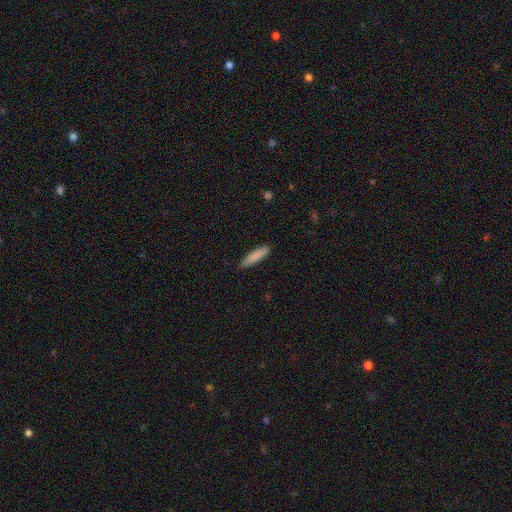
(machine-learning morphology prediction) smooth-or-featured: smooth: 86% | featured or disk: 8% | star or artifact: 6%
  how-rounded: cigar-shaped: 72% | in between: 26% | round: 1%
  merging: none: 85% | minor disturbance: 12% | major disturbance: 2% | merger: 1%